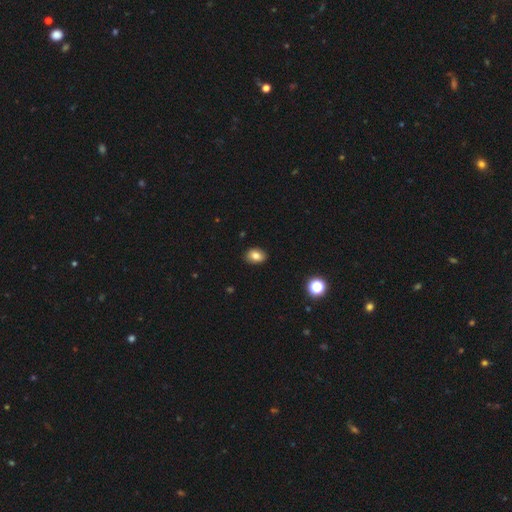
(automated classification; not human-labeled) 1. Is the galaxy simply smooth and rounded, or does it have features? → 82% smooth, 10% star or artifact, 8% featured or disk.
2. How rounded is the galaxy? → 69% in between, 30% round, 1% cigar-shaped.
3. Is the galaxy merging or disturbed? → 89% none, 8% minor disturbance, 2% major disturbance, 1% merger.